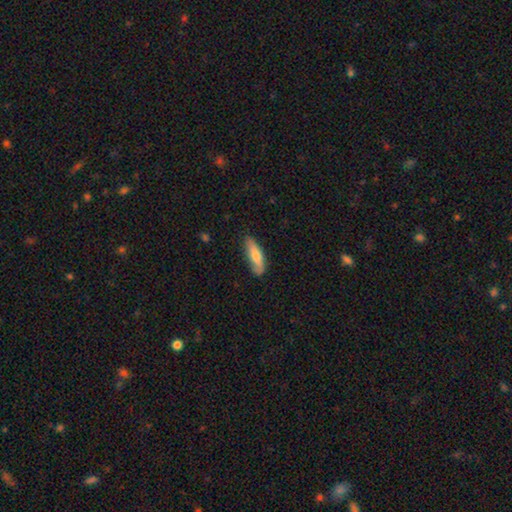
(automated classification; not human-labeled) A smooth galaxy with no disk features (71%) that is cigar-shaped (55%). Merging: none (72%).